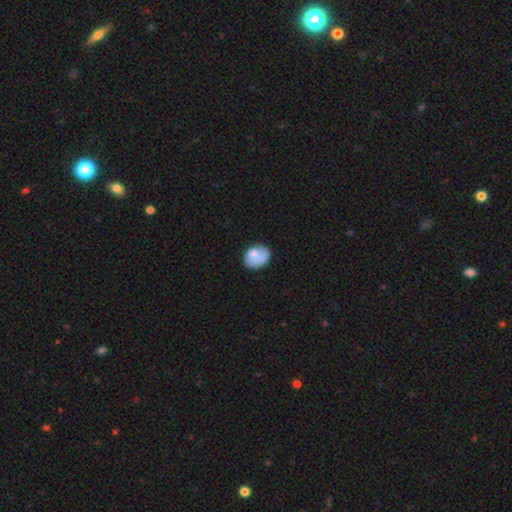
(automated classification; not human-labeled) Smooth or featured?
  - smooth: 75% *
  - featured or disk: 17%
  - star or artifact: 8%
How rounded?
  - in between: 59% *
  - round: 41%
  - cigar-shaped: 1%
Merging?
  - none: 57% *
  - minor disturbance: 28%
  - major disturbance: 10%
  - merger: 6%